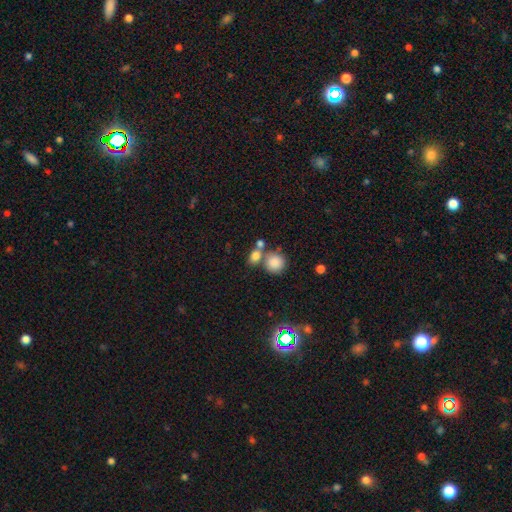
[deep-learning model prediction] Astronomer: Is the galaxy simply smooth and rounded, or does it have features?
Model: smooth — 80%.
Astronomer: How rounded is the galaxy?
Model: round — 52% (runner-up: in between, 45%).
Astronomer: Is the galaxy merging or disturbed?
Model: none — 47% (runner-up: merger, 38%).